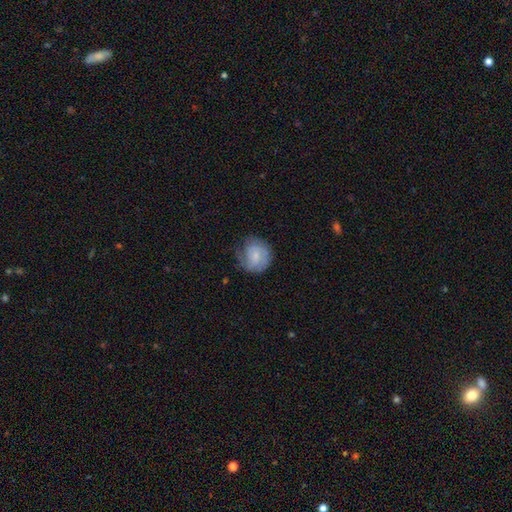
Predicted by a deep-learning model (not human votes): Smooth or featured?
  - smooth: 53% *
  - featured or disk: 40%
  - star or artifact: 7%
How rounded?
  - round: 77% *
  - in between: 22%
  - cigar-shaped: 1%
Merging?
  - none: 59% *
  - minor disturbance: 28%
  - major disturbance: 12%
  - merger: 1%